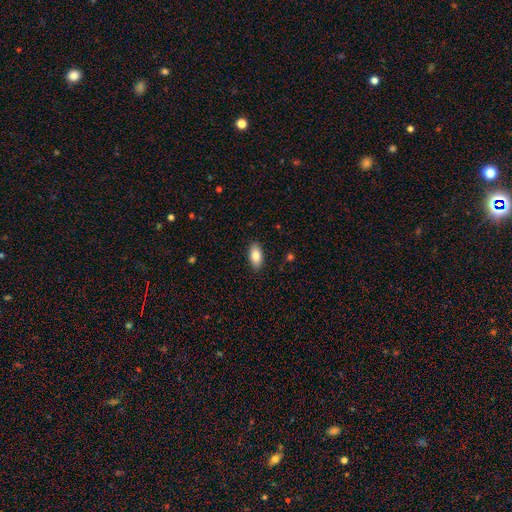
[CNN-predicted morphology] smooth-or-featured: smooth: 84% | featured or disk: 9% | star or artifact: 7%
  how-rounded: in between: 92% | cigar-shaped: 5% | round: 3%
  merging: none: 89% | minor disturbance: 8% | major disturbance: 2% | merger: 1%